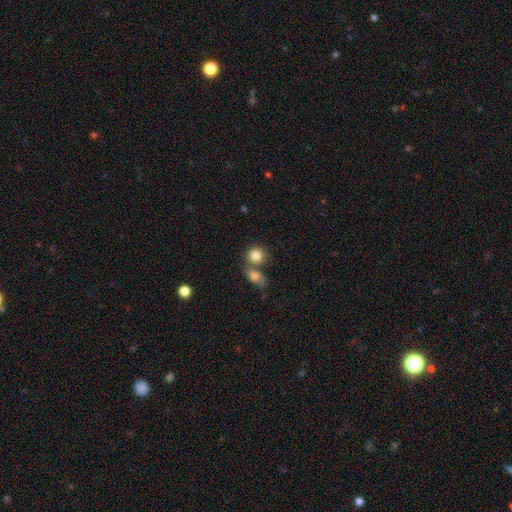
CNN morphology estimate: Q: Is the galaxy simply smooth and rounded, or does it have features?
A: smooth — 83%.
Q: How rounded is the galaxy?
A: round — 80%.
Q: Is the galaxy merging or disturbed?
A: none — 45%.